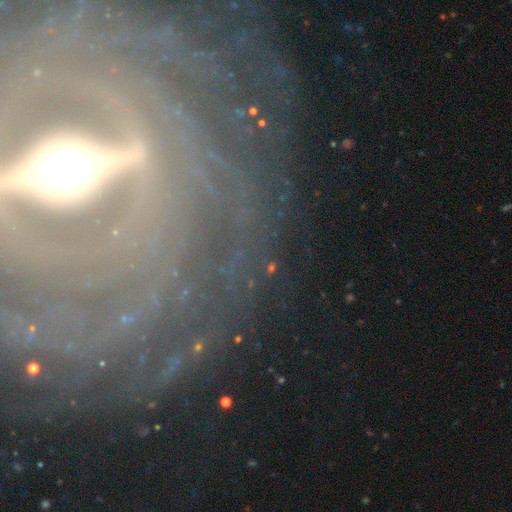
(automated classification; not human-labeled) A featured or disk galaxy (85%) with a strong bar (72%), spiral arms (72%) and a moderate central bulge (54%). Merging: none (76%).